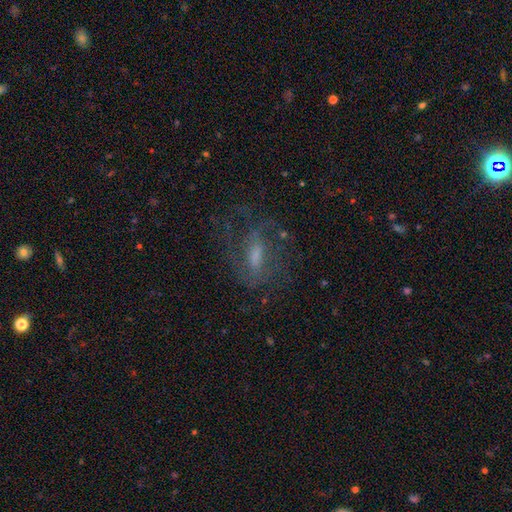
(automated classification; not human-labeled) Smooth or featured?
  - featured or disk: 65% *
  - smooth: 23%
  - star or artifact: 13%
Edge-on disk?
  - no: 89% *
  - yes: 11%
Bar?
  - weak: 43% *
  - strong: 32%
  - no: 25%
Spiral arms?
  - yes: 79% *
  - no: 21%
Bulge size?
  - moderate: 38% *
  - small: 28%
  - none: 20%
  - large: 12%
  - dominant: 2%
Merging?
  - none: 59% *
  - major disturbance: 22%
  - minor disturbance: 18%
  - merger: 2%